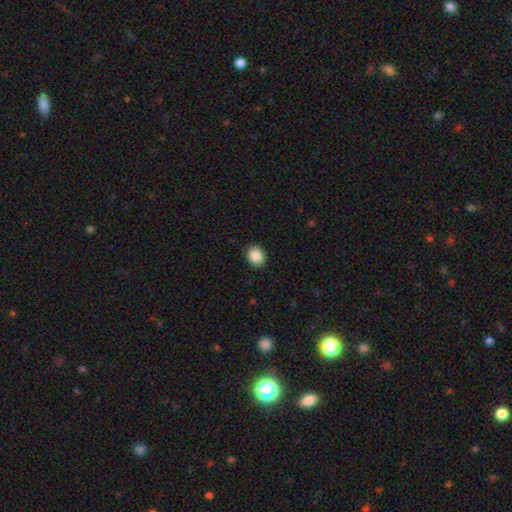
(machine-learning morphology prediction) smooth 88%, star or artifact 8%, featured or disk 4%. Down the decision tree: how rounded — round (54%); merging — none (91%).